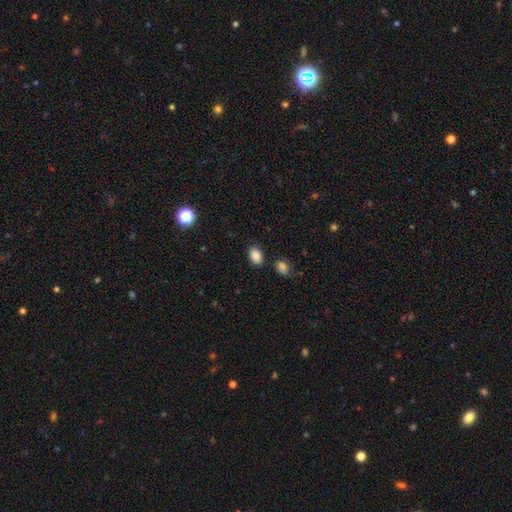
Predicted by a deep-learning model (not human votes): A smooth galaxy with no disk features (87%) that is in between round and cigar-shaped (81%). Merging: none (81%).